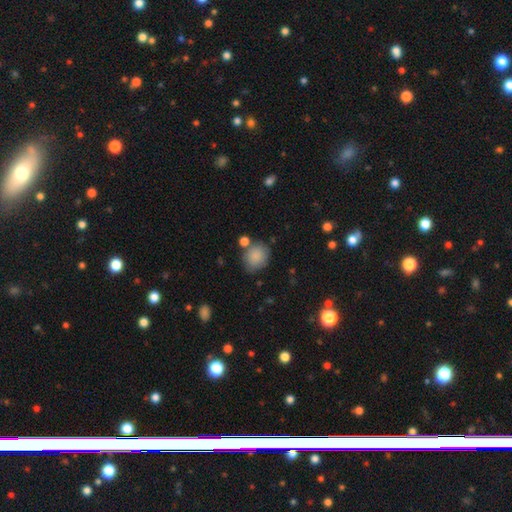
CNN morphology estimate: Smooth or featured? smooth (86%)
How rounded? round (62%)
Merging? none (68%)